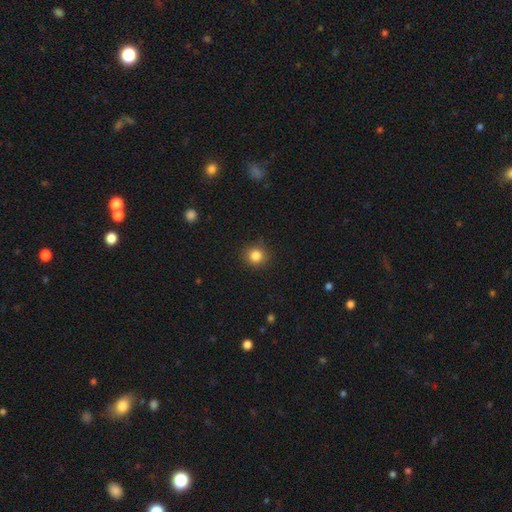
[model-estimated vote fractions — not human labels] Q: Smooth or featured?
A: smooth (84%); runner-up: star or artifact (11%)
Q: How rounded?
A: round (89%); runner-up: in between (10%)
Q: Merging?
A: none (89%); runner-up: minor disturbance (8%)